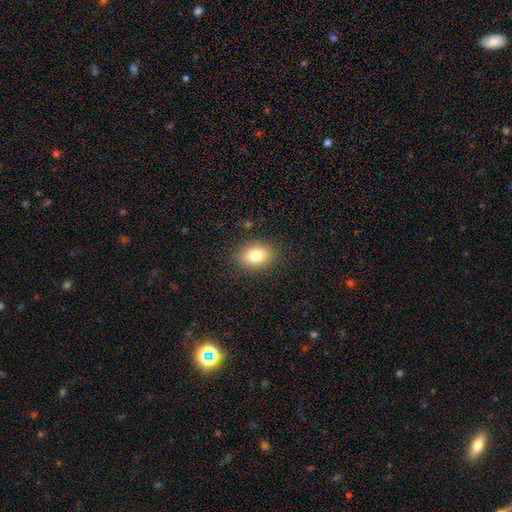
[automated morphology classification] A smooth galaxy with no disk features (80%) that is in between round and cigar-shaped (69%).

Vote fractions:
- Smooth or featured? smooth: 80% / featured or disk: 10% / star or artifact: 10%
- How rounded? in between: 69% / round: 29% / cigar-shaped: 1%
- Merging? none: 86% / minor disturbance: 10% / major disturbance: 3% / merger: 1%